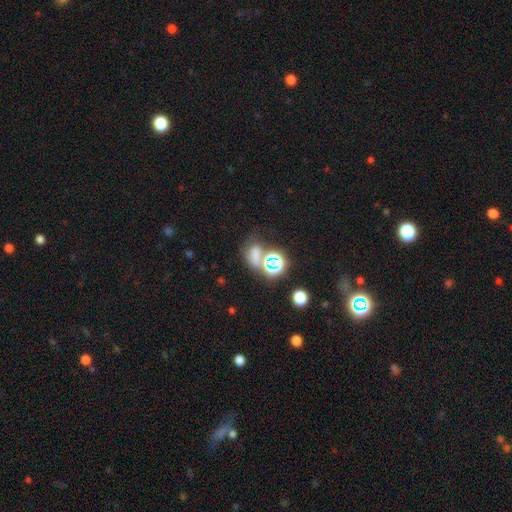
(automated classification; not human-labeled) A smooth galaxy with no disk features (50%).

Vote fractions:
- Smooth or featured? smooth: 50% / star or artifact: 38% / featured or disk: 12%
- Merging? none: 45% / merger: 29% / minor disturbance: 14% / major disturbance: 12%